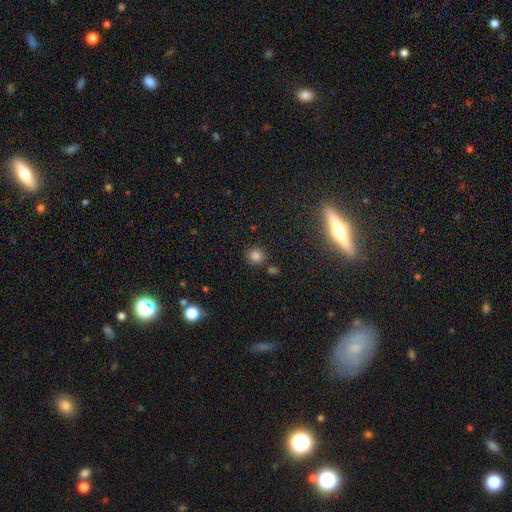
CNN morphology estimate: Overall: smooth (78%). How rounded: round (90%). Merging: none (81%).